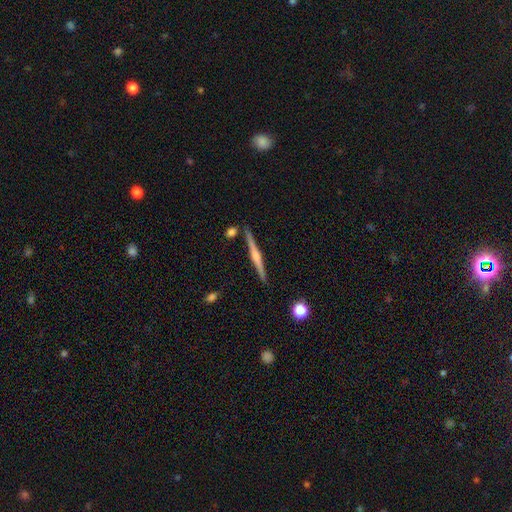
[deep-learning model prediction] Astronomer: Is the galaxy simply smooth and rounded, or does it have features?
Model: featured or disk — 77%.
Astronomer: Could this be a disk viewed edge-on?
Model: yes — 98%.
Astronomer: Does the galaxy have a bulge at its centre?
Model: rounded — 82%.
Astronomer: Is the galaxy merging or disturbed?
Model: none — 88%.